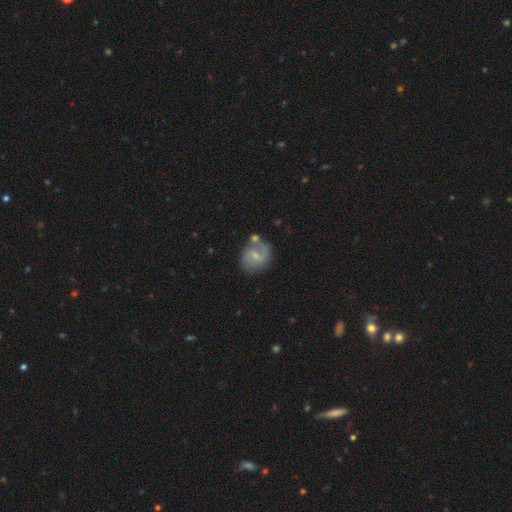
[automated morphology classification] This appears to be a featured or disk galaxy (62%) with a weak bar (58%), 2 (81%) medium (45%) spiral arms (84%) and a small central bulge (63%). Merging: none (61%).